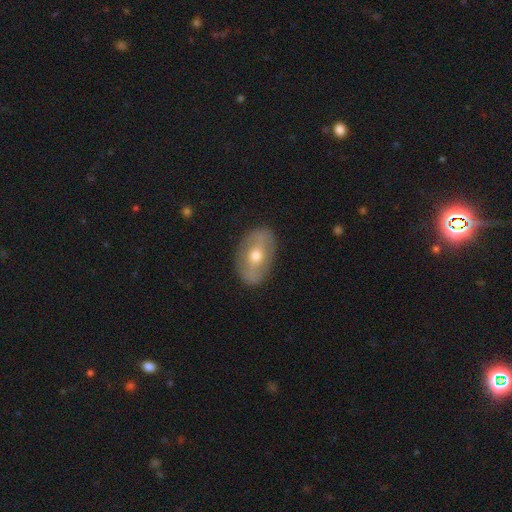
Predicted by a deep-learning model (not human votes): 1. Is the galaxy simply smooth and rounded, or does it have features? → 58% featured or disk, 35% smooth, 7% star or artifact.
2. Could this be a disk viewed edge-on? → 89% no, 11% yes.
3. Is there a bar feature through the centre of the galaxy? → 35% strong, 34% weak, 32% no.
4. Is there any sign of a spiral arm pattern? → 63% no, 37% yes.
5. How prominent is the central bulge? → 70% moderate, 24% small, 4% large, 1% none, 1% dominant.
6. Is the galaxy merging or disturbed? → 84% none, 11% minor disturbance, 3% major disturbance, 1% merger.